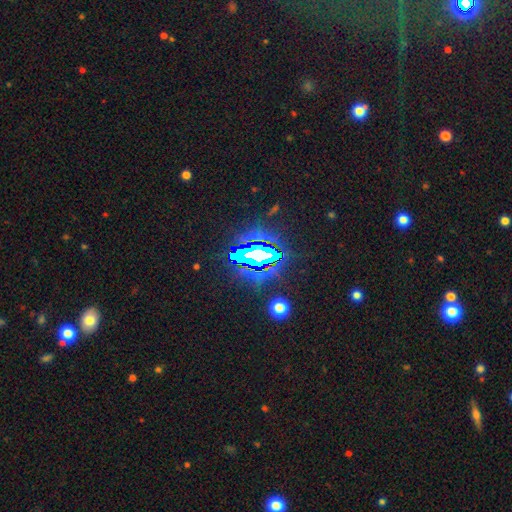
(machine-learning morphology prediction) This appears to be a star or artifact, not a galaxy (76%).